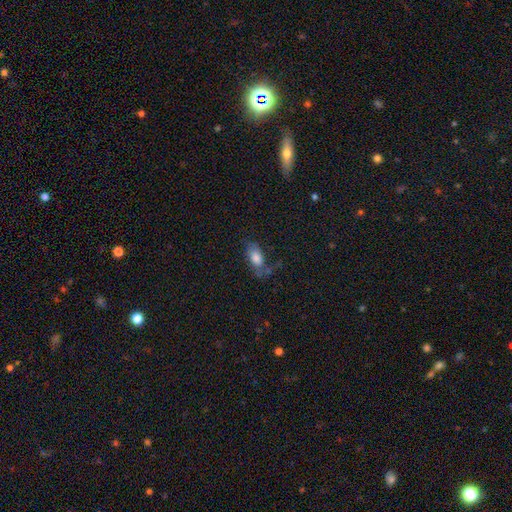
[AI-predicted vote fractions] A smooth galaxy with no disk features (65%) that is in between round and cigar-shaped (87%).

Vote fractions:
- Smooth or featured? smooth: 65% / featured or disk: 22% / star or artifact: 13%
- How rounded? in between: 87% / round: 8% / cigar-shaped: 5%
- Merging? none: 53% / minor disturbance: 24% / major disturbance: 18% / merger: 5%